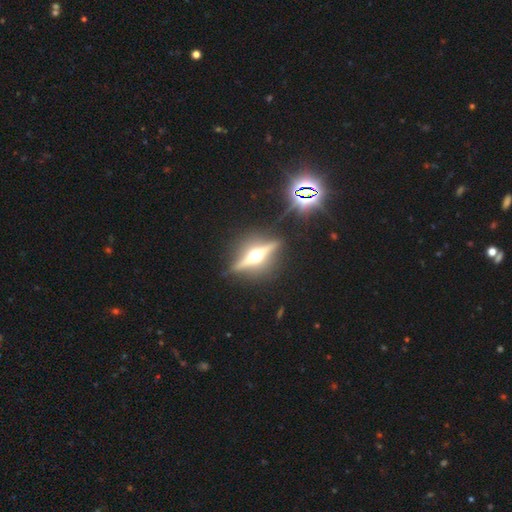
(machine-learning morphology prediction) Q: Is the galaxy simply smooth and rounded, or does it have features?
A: featured or disk — 81%.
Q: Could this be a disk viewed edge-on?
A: yes — 96%.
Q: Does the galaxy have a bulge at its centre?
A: rounded — 96%.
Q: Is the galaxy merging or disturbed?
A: none — 88%.